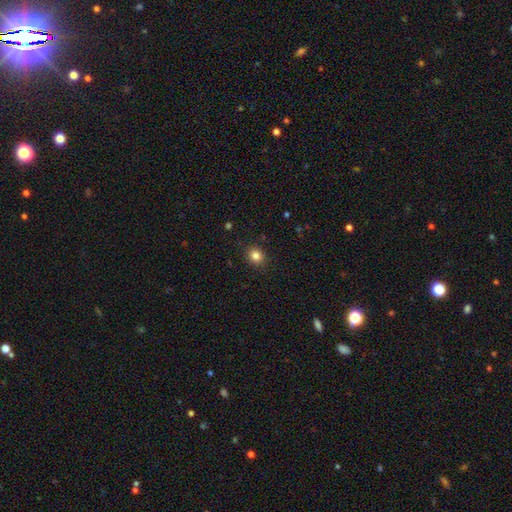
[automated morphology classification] Smooth or featured?
  - smooth: 83% *
  - star or artifact: 12%
  - featured or disk: 5%
How rounded?
  - round: 79% *
  - in between: 20%
  - cigar-shaped: 1%
Merging?
  - none: 90% *
  - minor disturbance: 7%
  - major disturbance: 2%
  - merger: 1%